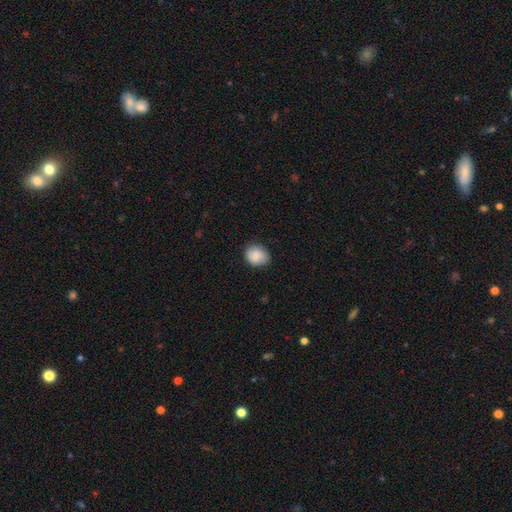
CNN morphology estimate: Smooth or featured? smooth (81%)
How rounded? round (67%)
Merging? none (77%)